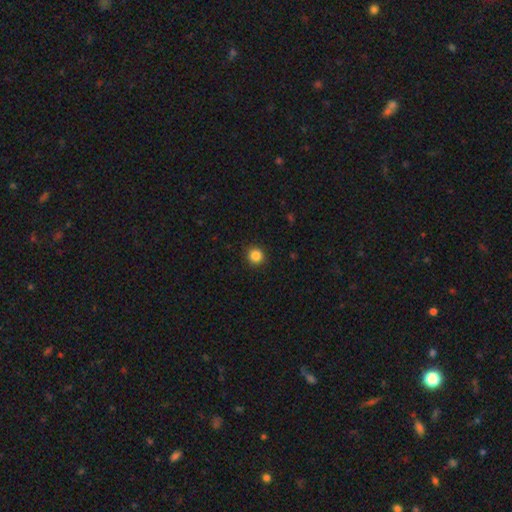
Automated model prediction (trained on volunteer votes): smooth_or_featured: smooth (p=0.85) [alt: star or artifact p=0.11]
how_rounded: round (p=0.95) [alt: in between p=0.05]
merging: none (p=0.92) [alt: minor disturbance p=0.05]